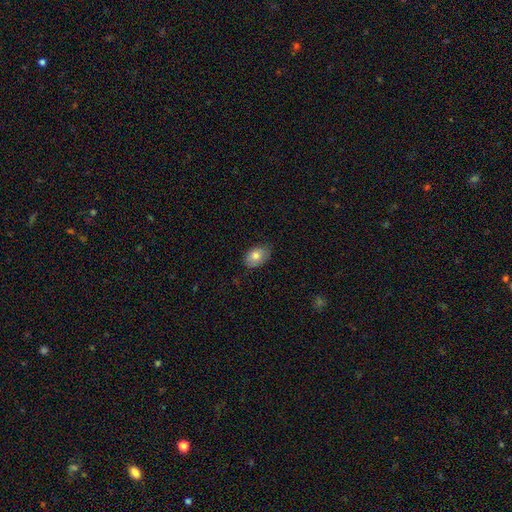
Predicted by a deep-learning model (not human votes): Smooth or featured: smooth — 79% (featured or disk — 14%)
How rounded: in between — 87% (round — 12%)
Merging: none — 75% (minor disturbance — 21%)